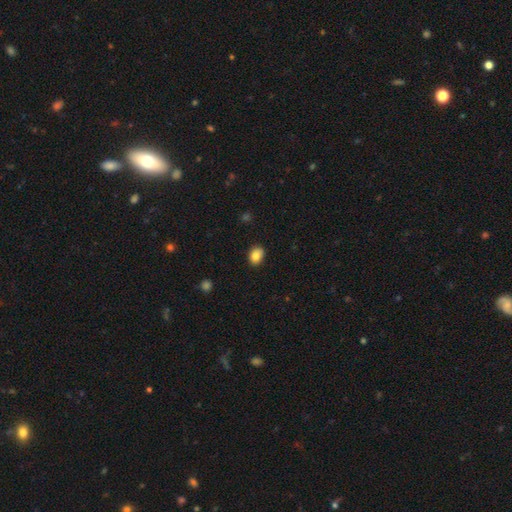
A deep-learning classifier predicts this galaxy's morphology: Smooth or featured? Predicted: smooth (p=0.85). How rounded? Predicted: in between (p=0.65). Merging? Predicted: none (p=0.85).